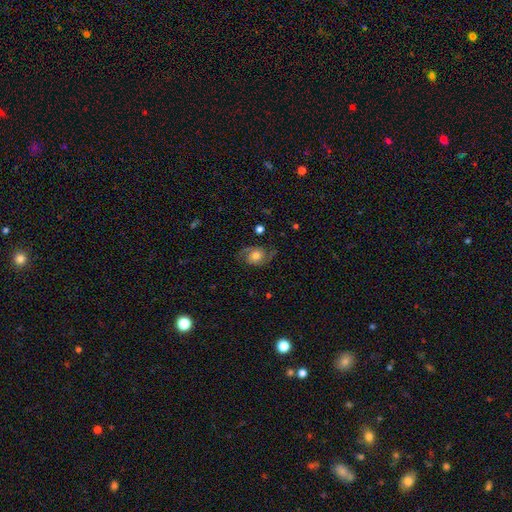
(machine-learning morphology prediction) featured or disk 72%, smooth 20%, star or artifact 8%. Down the decision tree: edge-on disk — no (97%); bar — no (68%); spiral arms — yes (93%); spiral arm count — 2 (91%); spiral winding — medium (50%); bulge size — moderate (51%); merging — none (75%).